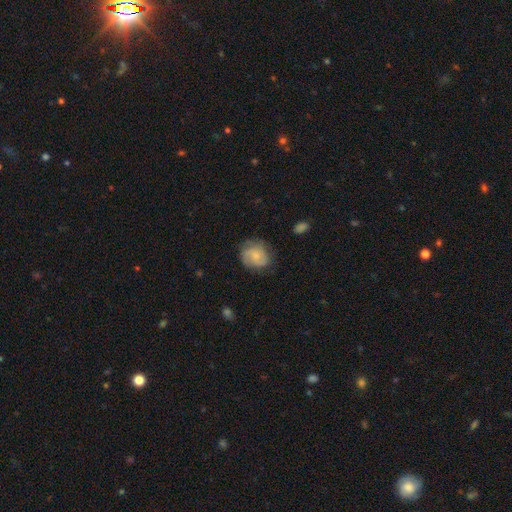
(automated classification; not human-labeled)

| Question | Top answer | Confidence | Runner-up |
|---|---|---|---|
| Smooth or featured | smooth | 52% | featured or disk (40%) |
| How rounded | round | 68% | in between (31%) |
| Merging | none | 63% | minor disturbance (25%) |